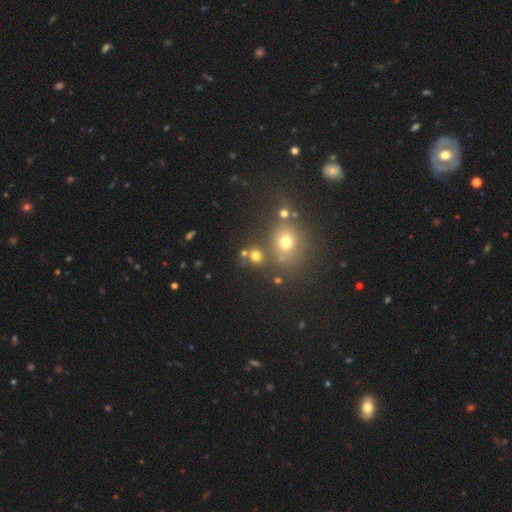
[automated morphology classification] The model was most divided on "smooth or featured": smooth: 68%, star or artifact: 23%, featured or disk: 9%. More confident: how rounded — round (74%); merging — none (68%).